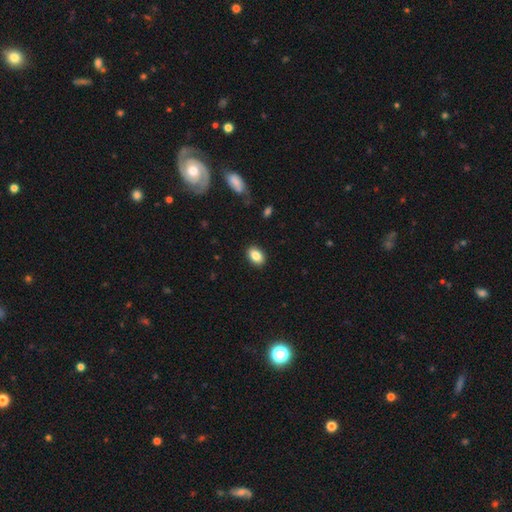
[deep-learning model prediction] A smooth galaxy with no disk features (85%) that is in between round and cigar-shaped (83%).

Vote fractions:
- Smooth or featured? smooth: 85% / star or artifact: 8% / featured or disk: 7%
- How rounded? in between: 83% / round: 16% / cigar-shaped: 1%
- Merging? none: 89% / minor disturbance: 8% / major disturbance: 2% / merger: 1%